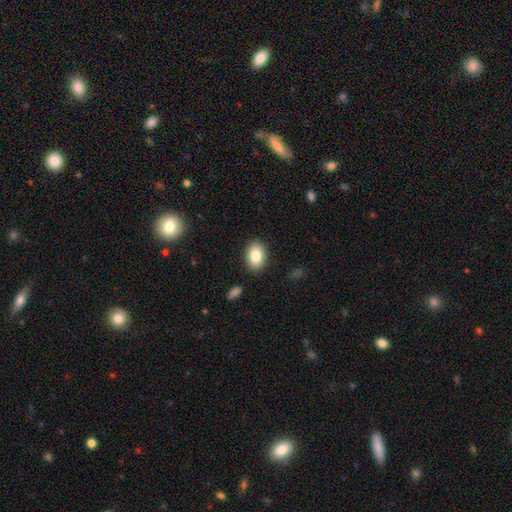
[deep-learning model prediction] Smooth or featured?
  - smooth: 82% *
  - featured or disk: 10%
  - star or artifact: 8%
How rounded?
  - in between: 80% *
  - round: 19%
  - cigar-shaped: 1%
Merging?
  - none: 88% *
  - minor disturbance: 8%
  - major disturbance: 2%
  - merger: 1%